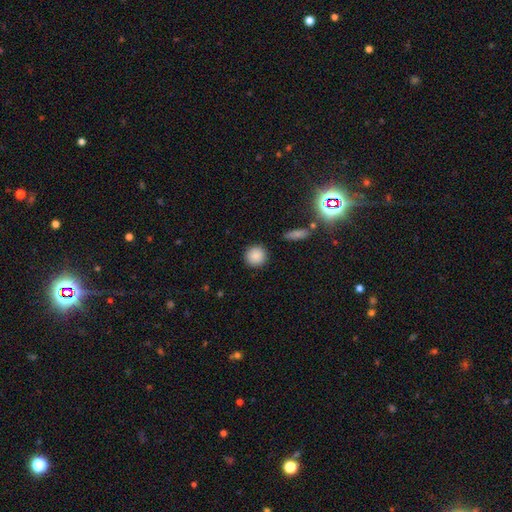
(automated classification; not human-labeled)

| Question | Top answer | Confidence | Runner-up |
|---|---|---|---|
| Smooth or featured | smooth | 87% | star or artifact (9%) |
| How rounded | round | 93% | in between (6%) |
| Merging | none | 91% | minor disturbance (6%) |